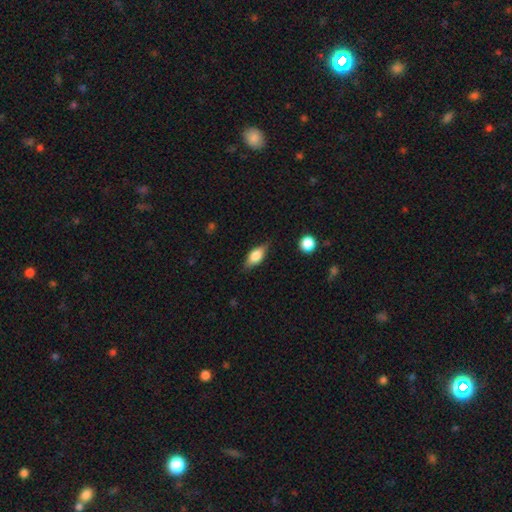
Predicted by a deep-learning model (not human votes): This appears to be a smooth galaxy with no disk features (64%) that is in between round and cigar-shaped (78%). Merging: none (80%).